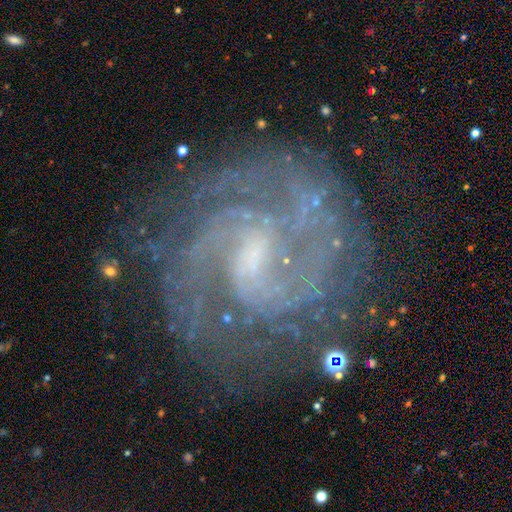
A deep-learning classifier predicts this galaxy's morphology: type=featured or disk (88%); edge-on=no (98%); bar=weak (58%); spiral arms=yes (97%); winding=tight (53%); arm count=2 (45%); bulge=small (49%); merging=none (75%).